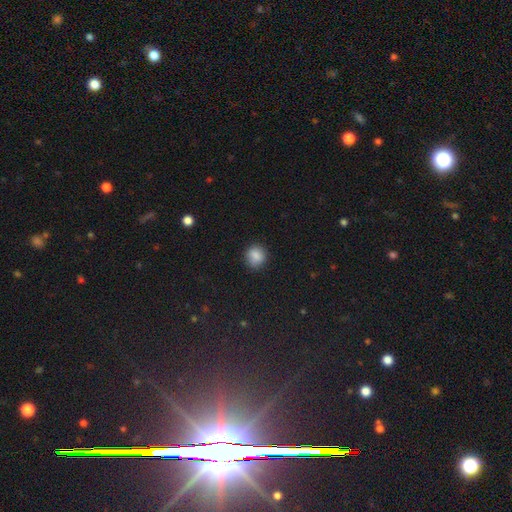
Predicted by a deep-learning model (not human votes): A smooth galaxy with no disk features (86%) that is round (86%).

Vote fractions:
- Smooth or featured? smooth: 86% / star or artifact: 10% / featured or disk: 4%
- How rounded? round: 86% / in between: 13% / cigar-shaped: 1%
- Merging? none: 85% / minor disturbance: 11% / major disturbance: 3% / merger: 1%